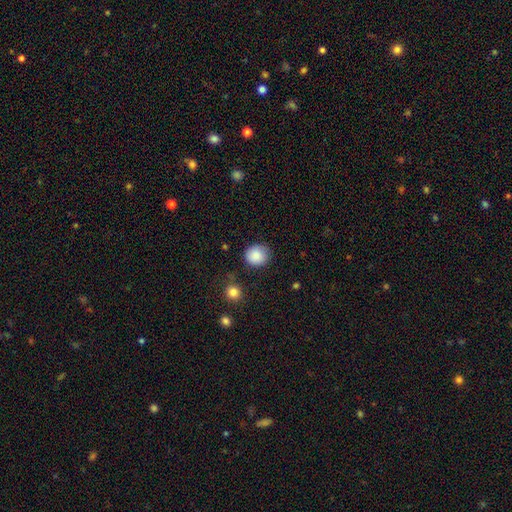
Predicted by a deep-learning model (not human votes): Smooth or featured: smooth — 87% (star or artifact — 9%)
How rounded: round — 83% (in between — 16%)
Merging: none — 81% (minor disturbance — 13%)